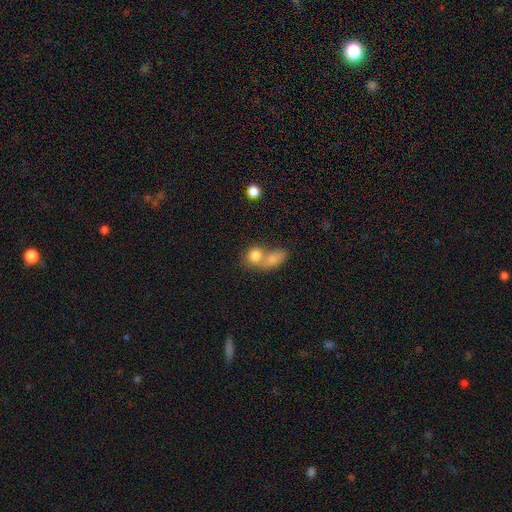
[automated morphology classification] Overall: smooth (80%). How rounded: round (55%; in between 42%). Merging: merger (58%; none 29%).